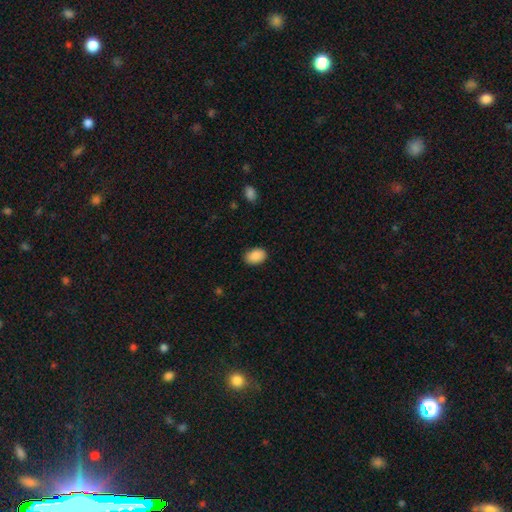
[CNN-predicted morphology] Smooth or featured? smooth (90%)
How rounded? in between (83%)
Merging? none (85%)